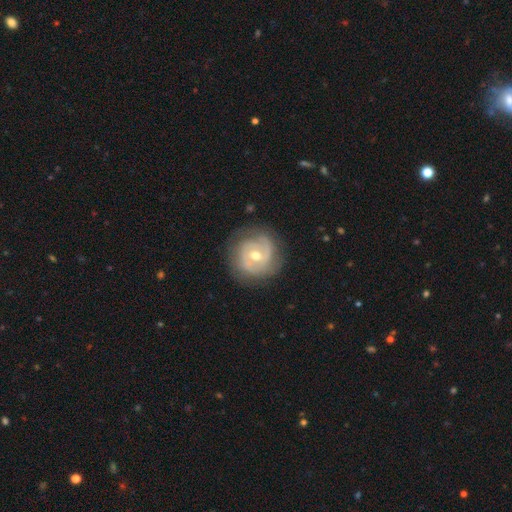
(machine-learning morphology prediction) Overall: featured or disk (79%). Edge-on disk: no (97%). Bar: no (56%; weak 35%). Spiral arms: yes (90%). Spiral arm count: 2 (53%; can't tell 21%). Spiral winding: tight (56%; medium 33%). Bulge size: moderate (69%). Merging: none (79%).